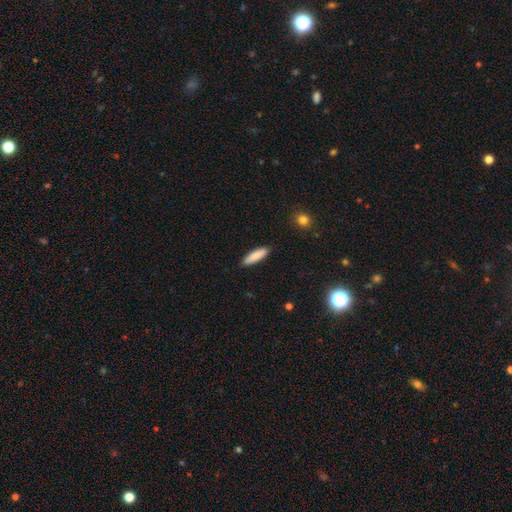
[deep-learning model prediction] A smooth galaxy with no disk features (87%) that is cigar-shaped (62%). Merging: none (88%).